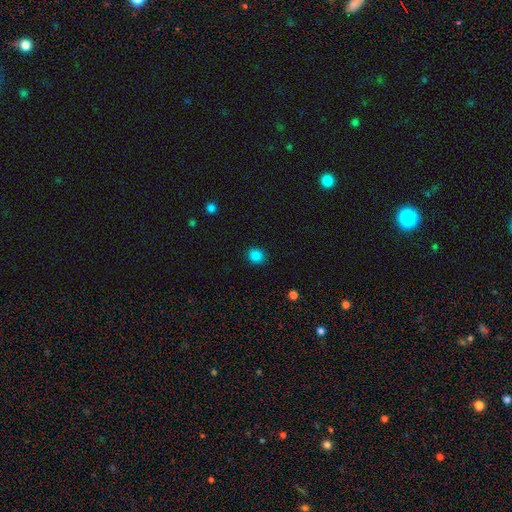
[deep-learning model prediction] A smooth galaxy with no disk features (85%) that is round (78%).

Vote fractions:
- Smooth or featured? smooth: 85% / star or artifact: 12% / featured or disk: 3%
- How rounded? round: 78% / in between: 22% / cigar-shaped: 1%
- Merging? none: 90% / minor disturbance: 7% / major disturbance: 2% / merger: 1%